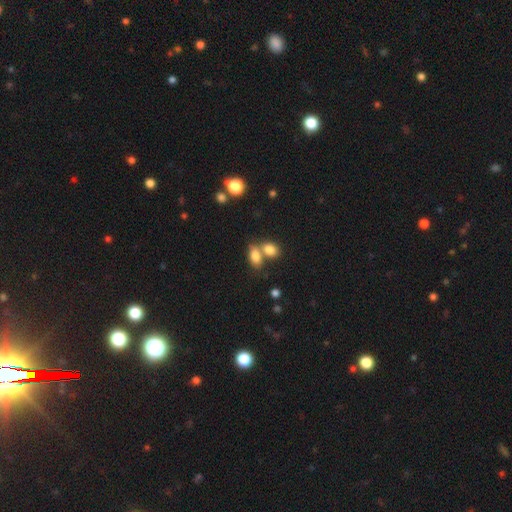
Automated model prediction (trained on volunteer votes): This appears to be a smooth galaxy with no disk features (82%) that is in between round and cigar-shaped (86%). Merging: merger (47%).